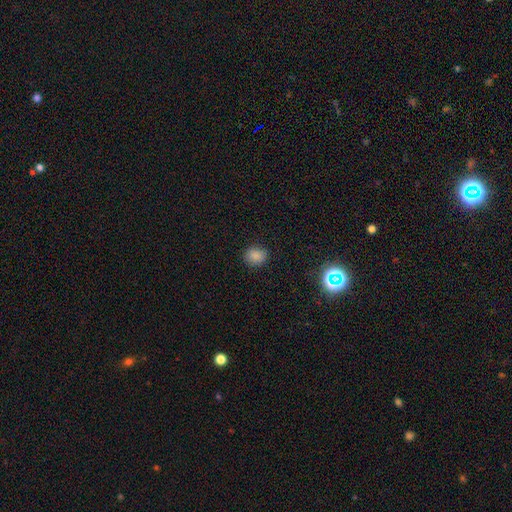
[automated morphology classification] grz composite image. It shows a smooth galaxy with no disk features (83%) that is round (69%). Merging: none (87%).